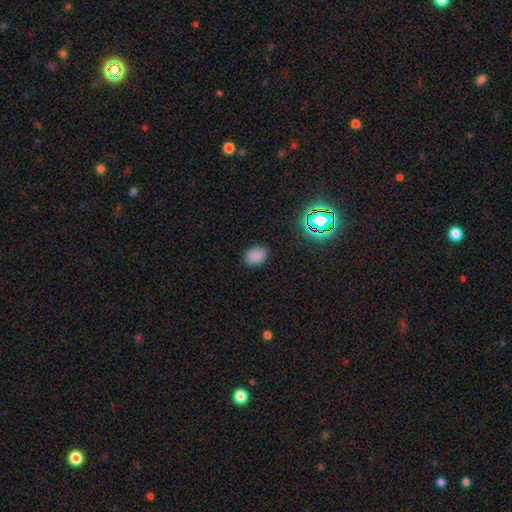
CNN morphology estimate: The model was most divided on "how rounded": in between: 75%, round: 24%, cigar-shaped: 1%. More confident: merging — none (85%); smooth or featured — smooth (81%).